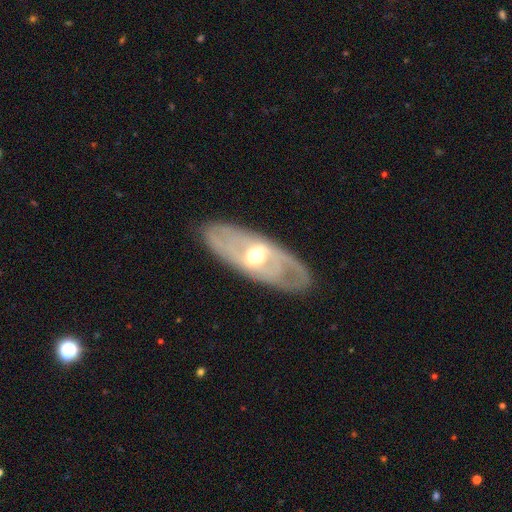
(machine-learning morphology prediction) Smooth or featured? Predicted: featured or disk (p=0.75). Edge-on disk? Predicted: no (p=0.79). Bar? Predicted: weak (p=0.40). Spiral arms? Predicted: yes (p=0.55). Bulge size? Predicted: moderate (p=0.69). Merging? Predicted: none (p=0.84).